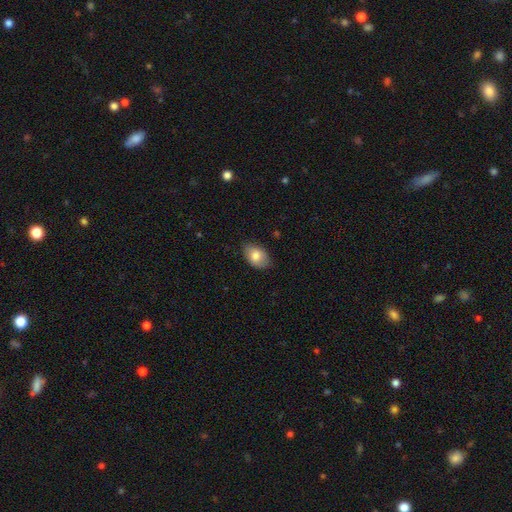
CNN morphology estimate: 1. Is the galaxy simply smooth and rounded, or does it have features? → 80% smooth, 13% featured or disk, 7% star or artifact.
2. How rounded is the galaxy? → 86% in between, 12% round, 1% cigar-shaped.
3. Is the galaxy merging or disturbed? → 78% none, 19% minor disturbance, 3% major disturbance, 1% merger.